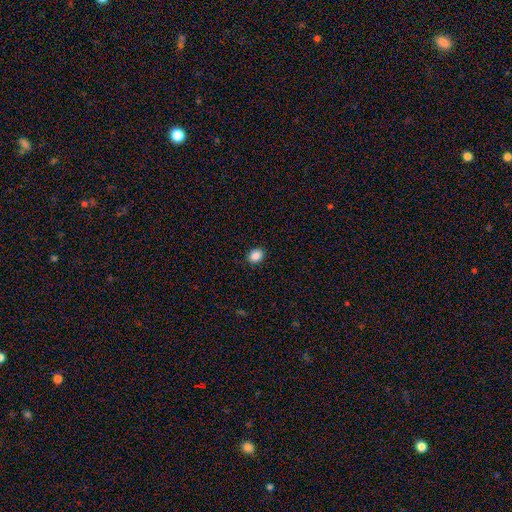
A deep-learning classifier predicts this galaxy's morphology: Smooth or featured? Predicted: smooth (p=0.87). How rounded? Predicted: in between (p=0.52). Merging? Predicted: none (p=0.91).